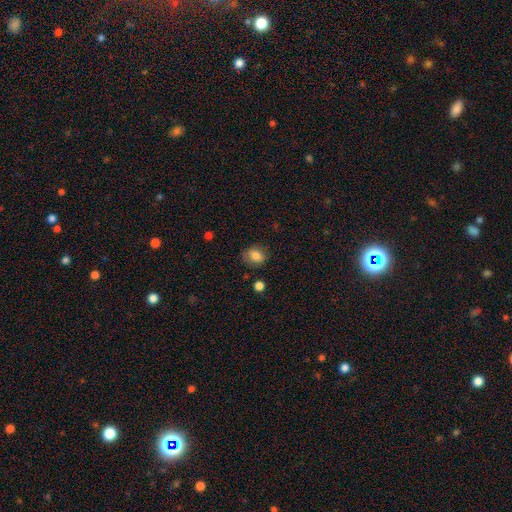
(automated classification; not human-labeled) The model was most divided on "how rounded": round: 54%, in between: 45%, cigar-shaped: 1%. More confident: smooth or featured — smooth (81%); merging — none (73%).